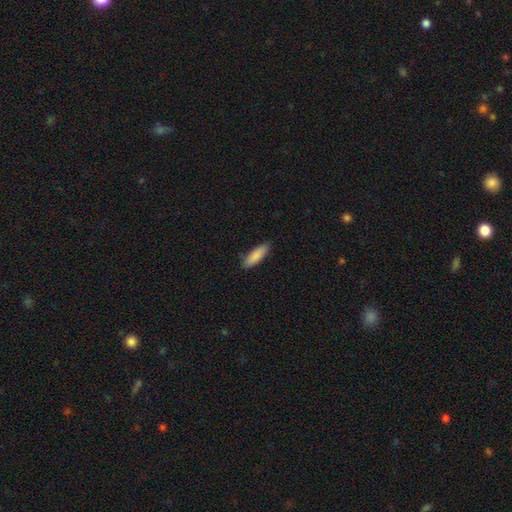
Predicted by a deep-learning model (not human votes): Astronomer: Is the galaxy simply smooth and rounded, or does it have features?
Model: smooth — 87%.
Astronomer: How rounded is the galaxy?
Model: in between — 54% (runner-up: cigar-shaped, 45%).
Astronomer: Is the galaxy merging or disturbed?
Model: none — 85%.